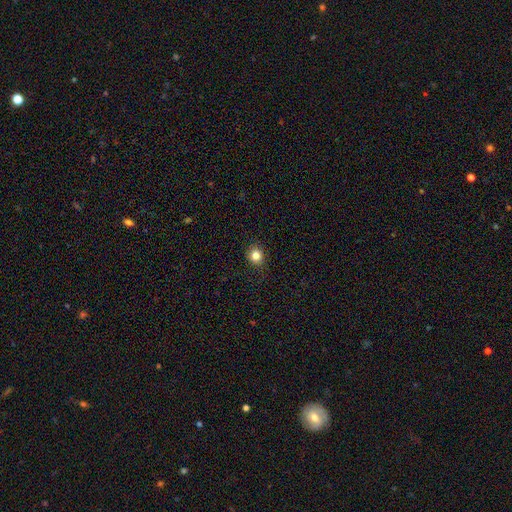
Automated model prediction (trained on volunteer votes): Overall: smooth (83%). How rounded: round (86%). Merging: none (89%).